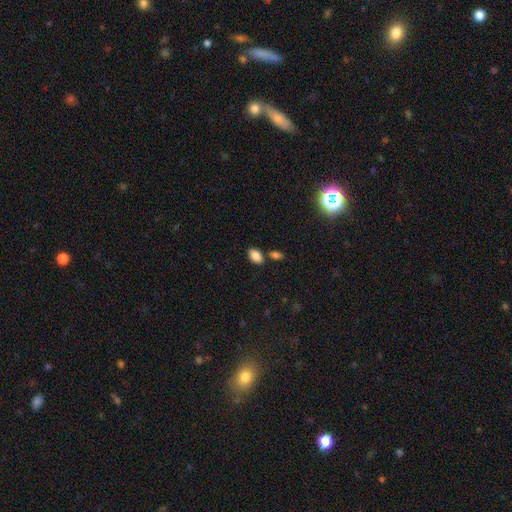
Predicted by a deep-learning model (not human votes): Smooth or featured? smooth (86%)
How rounded? in between (92%)
Merging? none (73%)